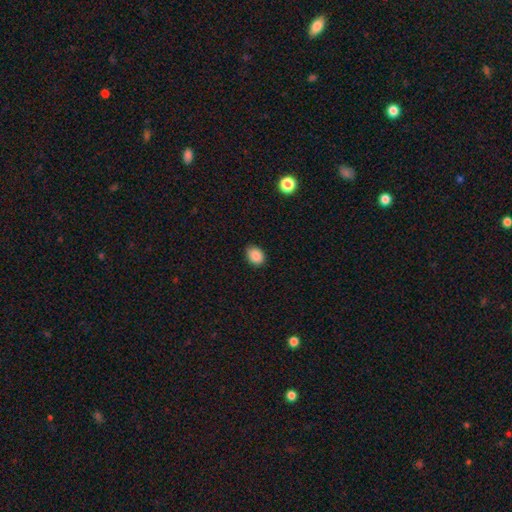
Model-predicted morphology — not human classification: A smooth galaxy with no disk features (87%) that is in between round and cigar-shaped (68%).

Vote fractions:
- Smooth or featured? smooth: 87% / star or artifact: 9% / featured or disk: 4%
- How rounded? in between: 68% / round: 31% / cigar-shaped: 1%
- Merging? none: 84% / minor disturbance: 13% / major disturbance: 2% / merger: 1%